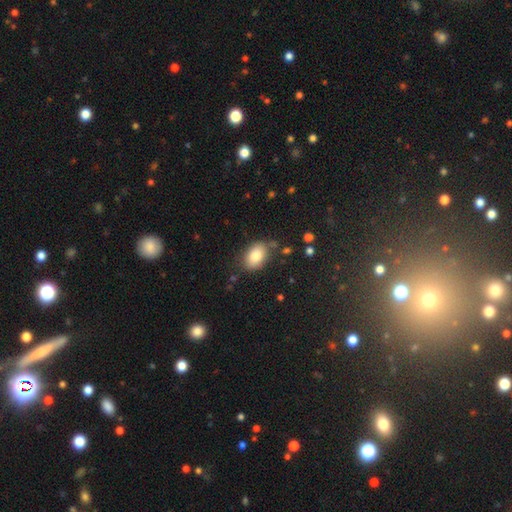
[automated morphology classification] This appears to be a smooth galaxy with no disk features (83%) that is in between round and cigar-shaped (87%). Merging: none (77%).